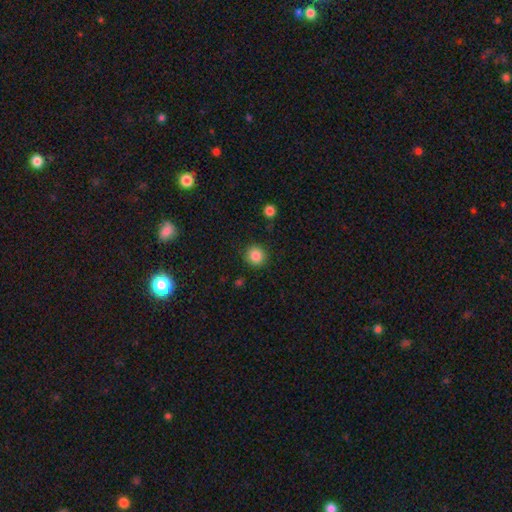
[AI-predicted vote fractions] This appears to be a smooth galaxy with no disk features (86%) that is round (91%). Merging: none (90%).